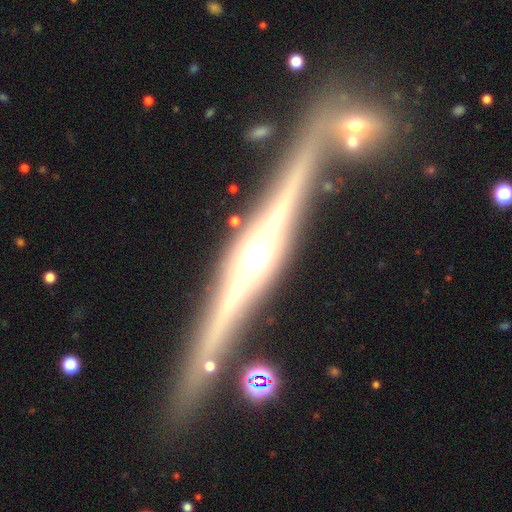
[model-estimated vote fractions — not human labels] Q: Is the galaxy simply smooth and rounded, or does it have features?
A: featured or disk — 88%.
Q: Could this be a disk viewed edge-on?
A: yes — 97%.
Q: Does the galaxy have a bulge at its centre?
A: rounded — 79%.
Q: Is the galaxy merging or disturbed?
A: none — 77%.